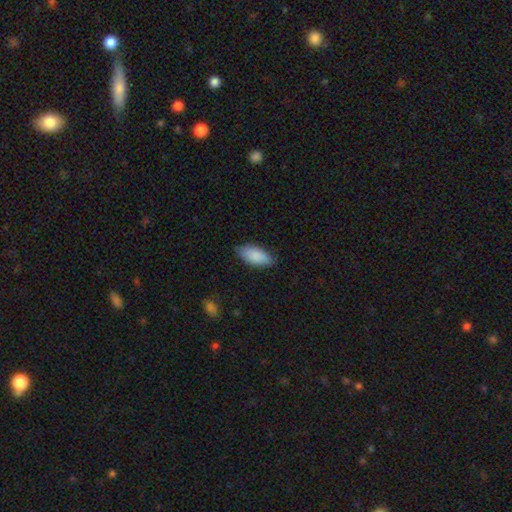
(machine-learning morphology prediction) smooth-or-featured: smooth: 88% | featured or disk: 7% | star or artifact: 6%
  how-rounded: in between: 90% | cigar-shaped: 8% | round: 2%
  merging: none: 79% | minor disturbance: 17% | major disturbance: 3% | merger: 1%